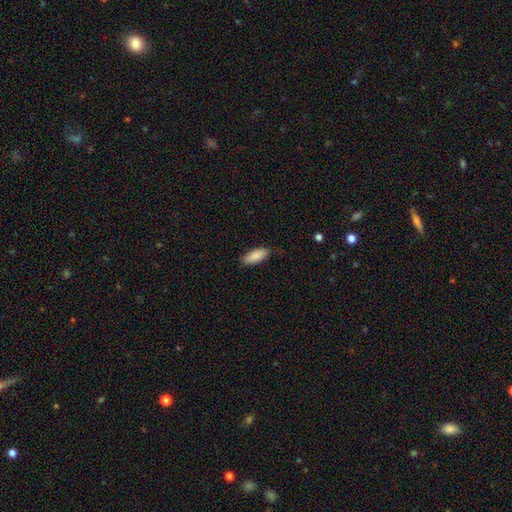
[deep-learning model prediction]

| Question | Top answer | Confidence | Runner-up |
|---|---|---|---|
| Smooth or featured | smooth | 88% | star or artifact (6%) |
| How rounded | in between | 78% | cigar-shaped (20%) |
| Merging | none | 84% | minor disturbance (13%) |